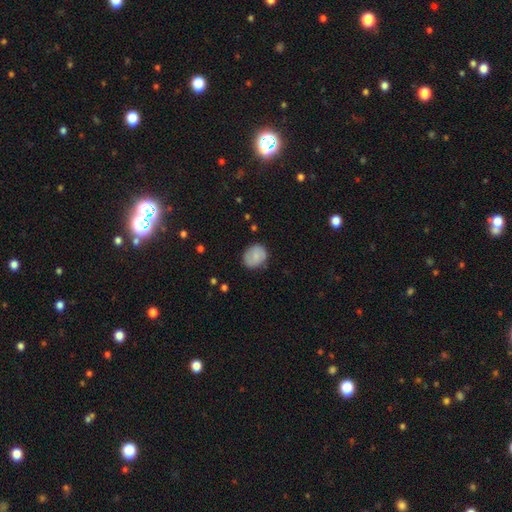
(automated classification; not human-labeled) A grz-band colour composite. It shows a smooth galaxy with no disk features (71%) that is round (65%). Merging: none (77%).